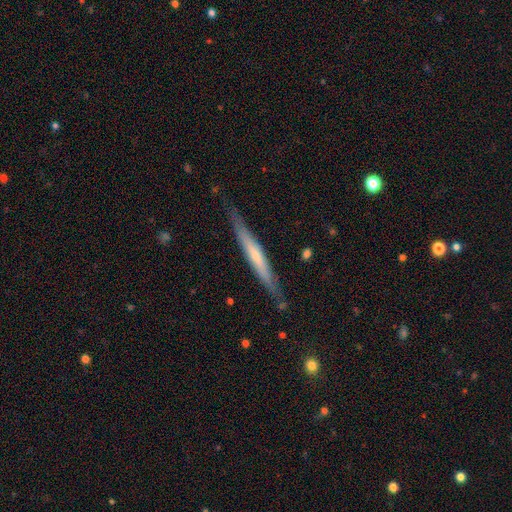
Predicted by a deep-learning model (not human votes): A featured or disk galaxy (53%) viewed edge-on (94%) with no central bulge (60%). Merging: none (84%).